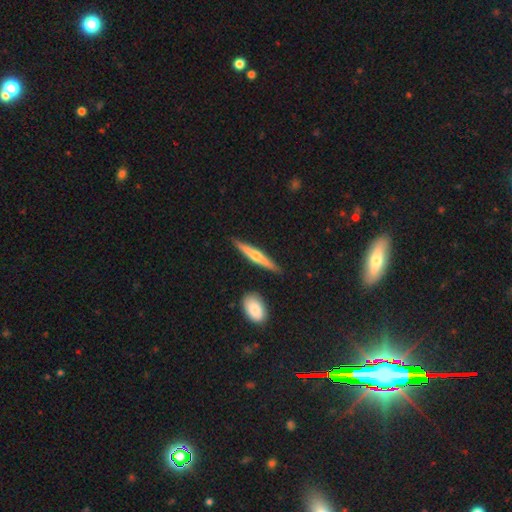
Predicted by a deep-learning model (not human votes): This is possibly a featured or disk galaxy (60%). It is clearly viewed edge-on (97%). Edge-on bulge: clearly rounded (86%). Merging: clearly none (87%).